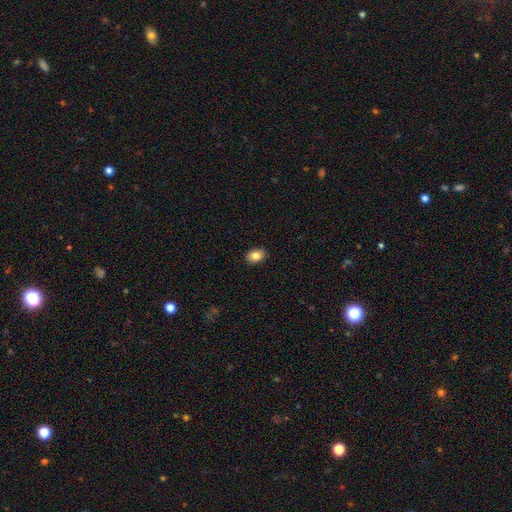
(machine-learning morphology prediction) This is clearly a smooth galaxy (84%). How rounded: likely in between (79%). Merging: clearly none (90%).